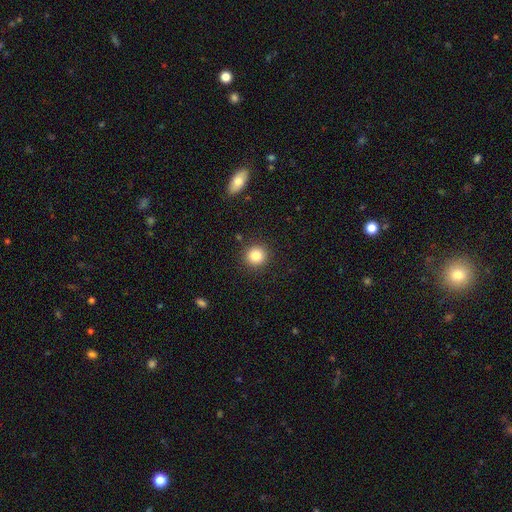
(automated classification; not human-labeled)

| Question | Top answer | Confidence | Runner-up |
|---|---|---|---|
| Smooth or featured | smooth | 84% | star or artifact (11%) |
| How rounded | round | 91% | in between (8%) |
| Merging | none | 90% | minor disturbance (6%) |